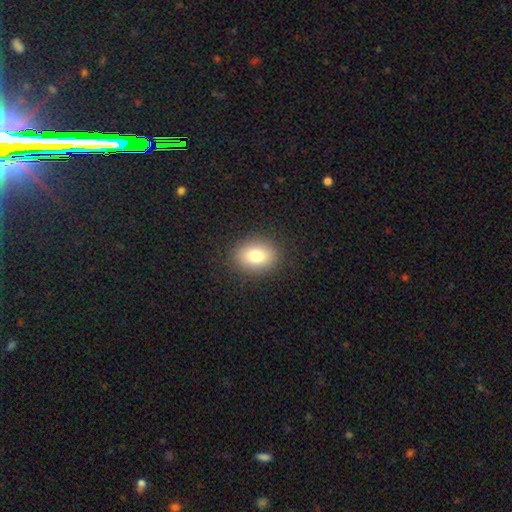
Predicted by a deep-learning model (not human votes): Smooth or featured? smooth (79%)
How rounded? in between (64%)
Merging? none (88%)